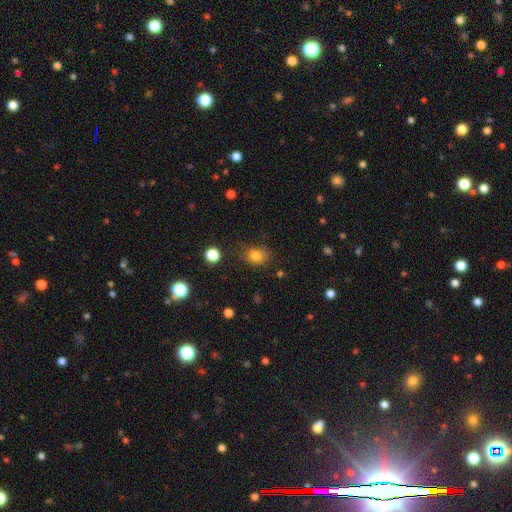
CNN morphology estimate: The model was most divided on "how rounded": round: 51%, in between: 48%, cigar-shaped: 1%. More confident: smooth or featured — smooth (81%); merging — none (71%).